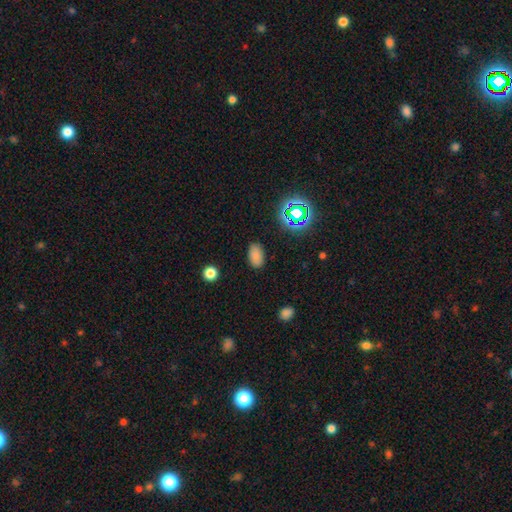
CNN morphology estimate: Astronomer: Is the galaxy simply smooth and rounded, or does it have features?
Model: smooth — 79%.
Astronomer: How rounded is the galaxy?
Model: in between — 92%.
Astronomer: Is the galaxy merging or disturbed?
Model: none — 86%.